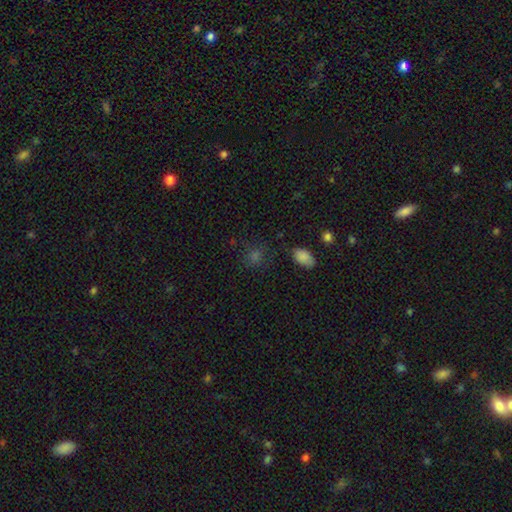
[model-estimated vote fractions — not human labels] Smooth or featured?
  - smooth: 62% *
  - star or artifact: 30%
  - featured or disk: 8%
How rounded?
  - round: 68% *
  - in between: 30%
  - cigar-shaped: 2%
Merging?
  - none: 77% *
  - minor disturbance: 14%
  - major disturbance: 6%
  - merger: 3%